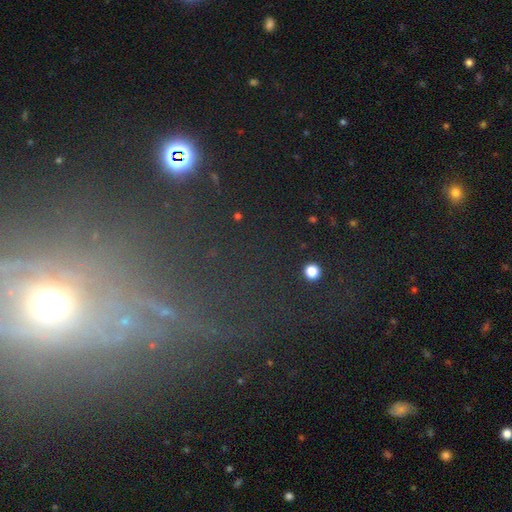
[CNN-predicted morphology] A star or artifact, not a galaxy (57%).